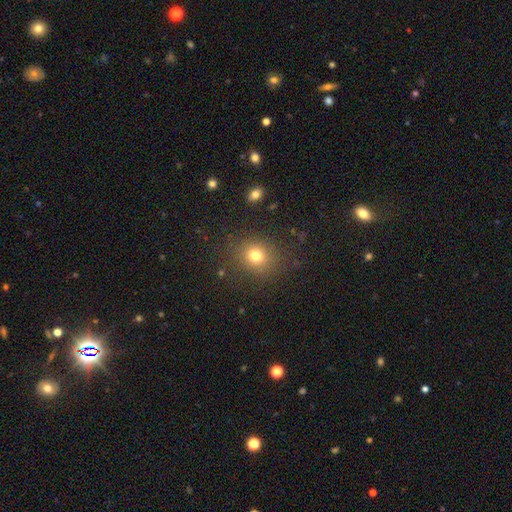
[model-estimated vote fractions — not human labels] A smooth galaxy with no disk features (77%) that is round (79%).

Vote fractions:
- Smooth or featured? smooth: 77% / star or artifact: 15% / featured or disk: 8%
- How rounded? round: 79% / in between: 21% / cigar-shaped: 1%
- Merging? none: 85% / minor disturbance: 9% / major disturbance: 4% / merger: 2%